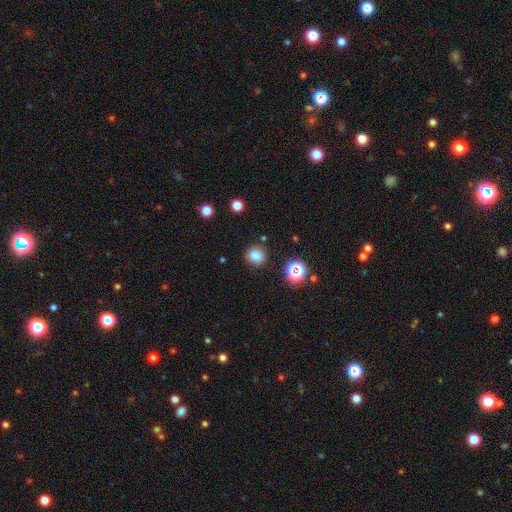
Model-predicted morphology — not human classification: This is clearly a smooth galaxy (82%). How rounded: likely round (78%). Merging: clearly none (85%).